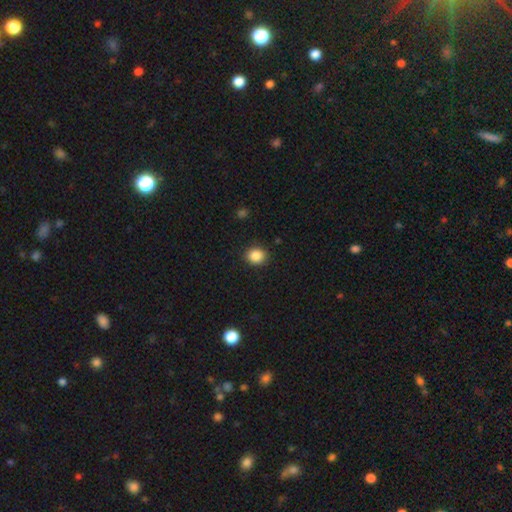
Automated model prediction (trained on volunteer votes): Q: Smooth or featured?
A: smooth (87%); runner-up: star or artifact (10%)
Q: How rounded?
A: round (69%); runner-up: in between (30%)
Q: Merging?
A: none (89%); runner-up: minor disturbance (8%)